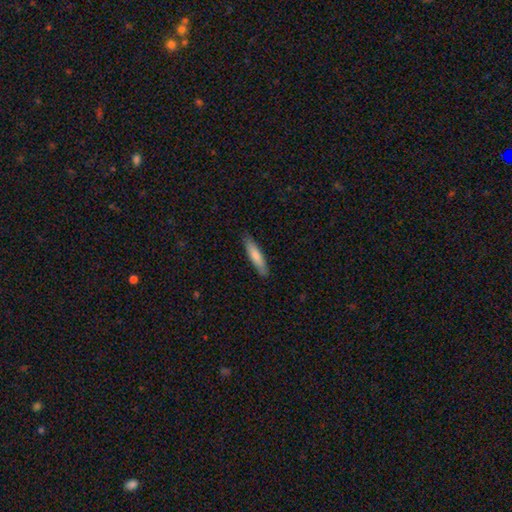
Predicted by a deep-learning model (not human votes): Smooth or featured? smooth (78%)
How rounded? cigar-shaped (82%)
Merging? none (87%)